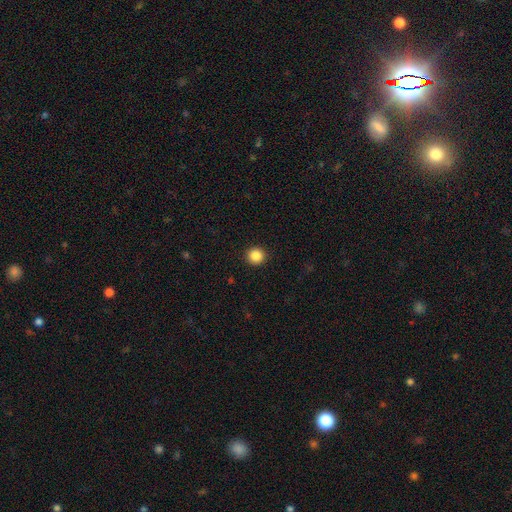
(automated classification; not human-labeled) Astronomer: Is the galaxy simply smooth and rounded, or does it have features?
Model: smooth — 87%.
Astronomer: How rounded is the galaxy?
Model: round — 95%.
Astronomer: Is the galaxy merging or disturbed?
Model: none — 93%.